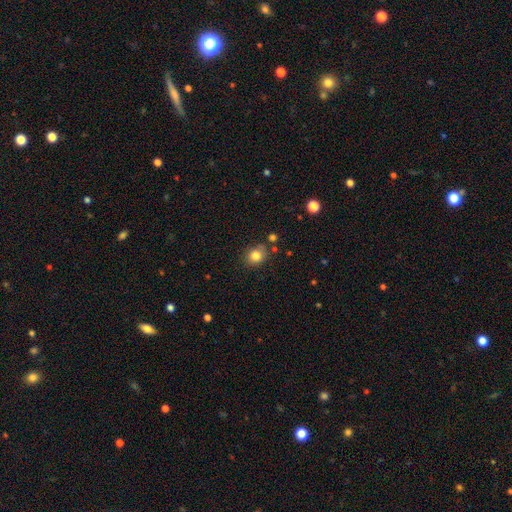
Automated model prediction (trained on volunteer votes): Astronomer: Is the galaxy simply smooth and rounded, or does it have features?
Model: smooth — 82%.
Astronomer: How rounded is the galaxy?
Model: round — 65%.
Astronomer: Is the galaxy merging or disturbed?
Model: none — 76%.